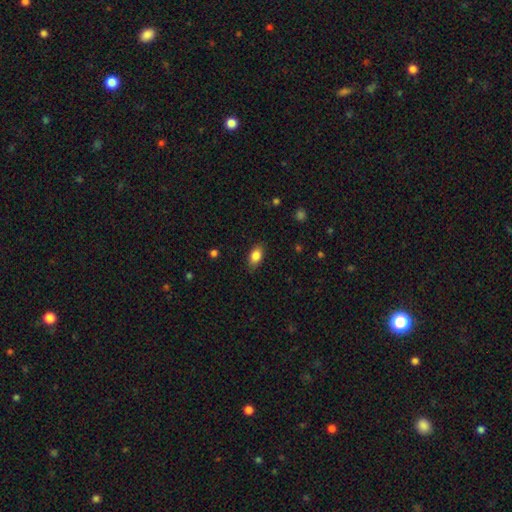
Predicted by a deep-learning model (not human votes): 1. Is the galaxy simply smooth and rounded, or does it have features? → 86% smooth, 8% star or artifact, 6% featured or disk.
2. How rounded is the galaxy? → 88% in between, 8% round, 4% cigar-shaped.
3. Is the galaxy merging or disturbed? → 85% none, 11% minor disturbance, 3% major disturbance, 1% merger.